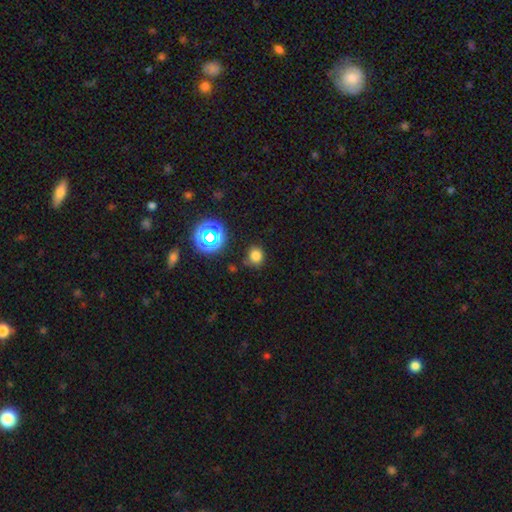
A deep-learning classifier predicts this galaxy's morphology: Smooth or featured? smooth (75%)
How rounded? round (81%)
Merging? none (79%)